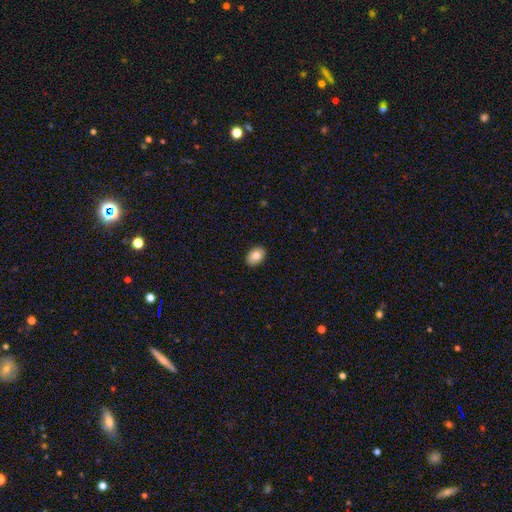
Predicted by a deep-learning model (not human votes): A smooth galaxy with no disk features (84%) that is in between round and cigar-shaped (82%). Merging: none (90%).